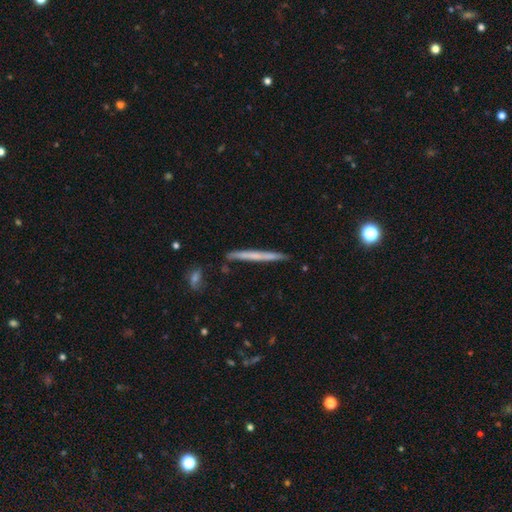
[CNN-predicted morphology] This is possibly a smooth galaxy (47%, tied with featured or disk). Merging: clearly none (89%).